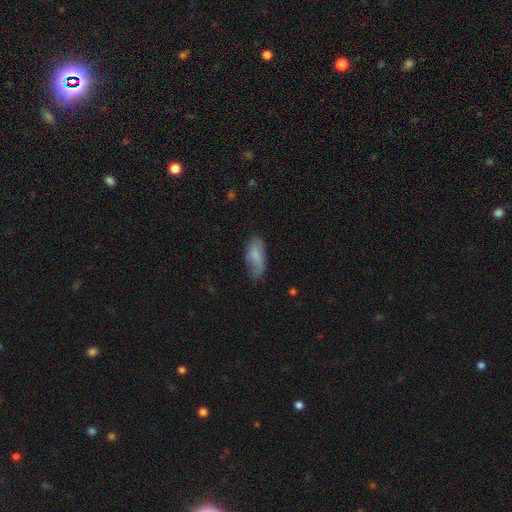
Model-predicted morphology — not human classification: This is likely a smooth galaxy (78%). How rounded: clearly in between (84%). Merging: likely none (67%).